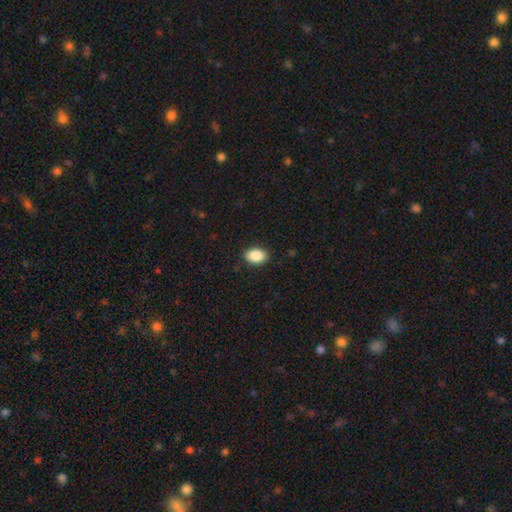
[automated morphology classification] Smooth or featured?
  - smooth: 88% *
  - star or artifact: 8%
  - featured or disk: 4%
How rounded?
  - in between: 84% *
  - round: 15%
  - cigar-shaped: 1%
Merging?
  - none: 89% *
  - minor disturbance: 8%
  - major disturbance: 2%
  - merger: 1%